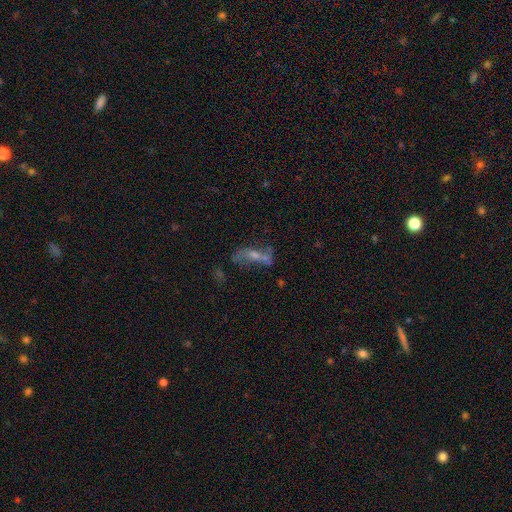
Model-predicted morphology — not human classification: Smooth or featured? featured or disk (58%)
Edge-on disk? no (82%)
Merging? none (40%)